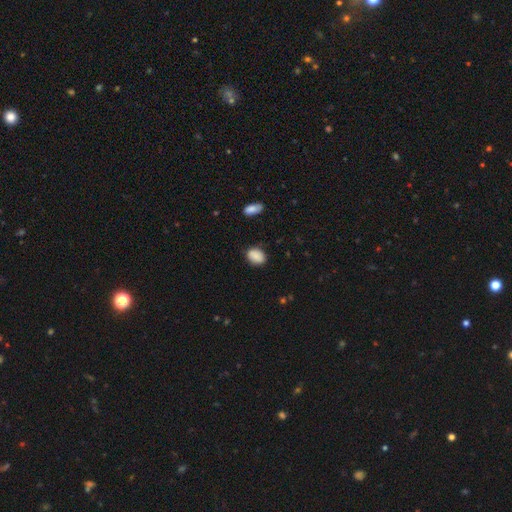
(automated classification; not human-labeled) smooth 87%, star or artifact 8%, featured or disk 5%. Down the decision tree: how rounded — in between (72%); merging — none (80%).